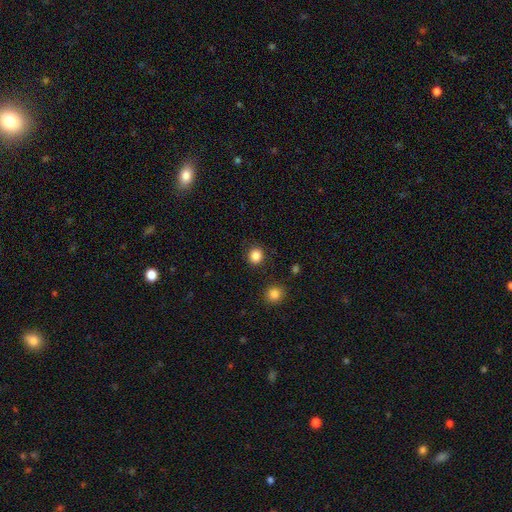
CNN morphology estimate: Smooth or featured?
  - smooth: 86% *
  - star or artifact: 11%
  - featured or disk: 3%
How rounded?
  - round: 87% *
  - in between: 12%
  - cigar-shaped: 1%
Merging?
  - none: 89% *
  - minor disturbance: 6%
  - major disturbance: 2%
  - merger: 2%